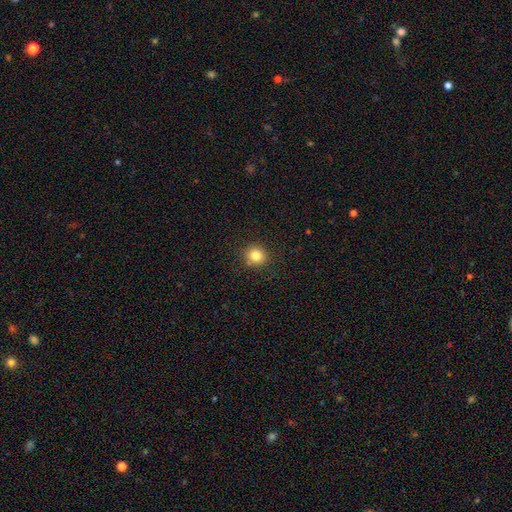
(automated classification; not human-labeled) A smooth galaxy with no disk features (83%) that is round (86%).

Vote fractions:
- Smooth or featured? smooth: 83% / star or artifact: 12% / featured or disk: 6%
- How rounded? round: 86% / in between: 13% / cigar-shaped: 1%
- Merging? none: 88% / minor disturbance: 8% / major disturbance: 2% / merger: 2%